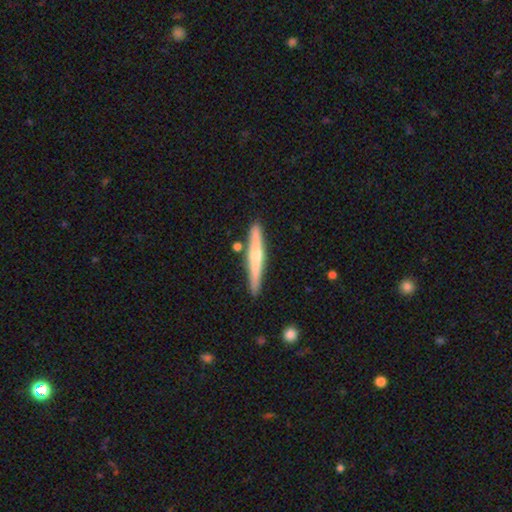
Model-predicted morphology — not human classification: Q: Smooth or featured?
A: featured or disk (55%); runner-up: smooth (39%)
Q: Edge-on disk?
A: yes (96%); runner-up: no (4%)
Q: Edge-on bulge?
A: rounded (79%); runner-up: none (17%)
Q: Merging?
A: none (85%); runner-up: minor disturbance (9%)